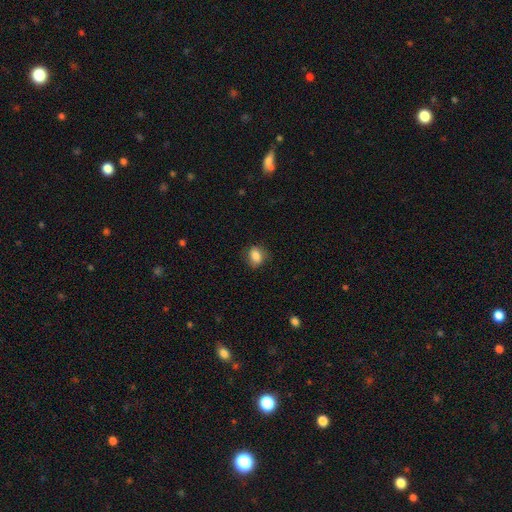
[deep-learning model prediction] Smooth or featured? Predicted: smooth (p=0.84). How rounded? Predicted: in between (p=0.62). Merging? Predicted: none (p=0.79).